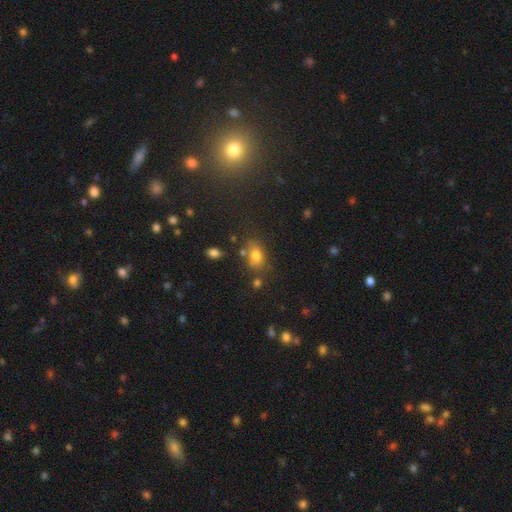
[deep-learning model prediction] Smooth or featured?
  - smooth: 75% *
  - star or artifact: 14%
  - featured or disk: 11%
How rounded?
  - in between: 70% *
  - round: 27%
  - cigar-shaped: 2%
Merging?
  - none: 62% *
  - minor disturbance: 18%
  - merger: 13%
  - major disturbance: 7%